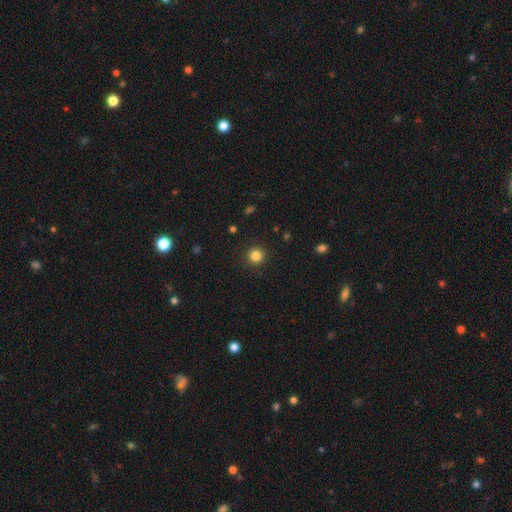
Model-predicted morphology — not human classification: smooth 84%, star or artifact 12%, featured or disk 5%. Down the decision tree: how rounded — round (95%); merging — none (92%).